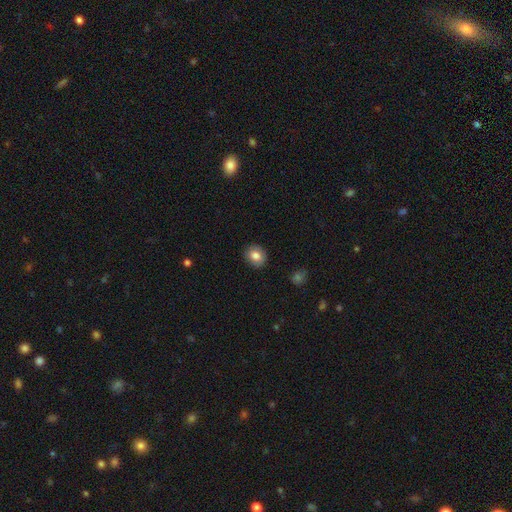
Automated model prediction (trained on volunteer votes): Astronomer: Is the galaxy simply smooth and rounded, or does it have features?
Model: smooth — 82%.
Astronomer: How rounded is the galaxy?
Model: round — 71%.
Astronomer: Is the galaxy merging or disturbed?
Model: none — 90%.